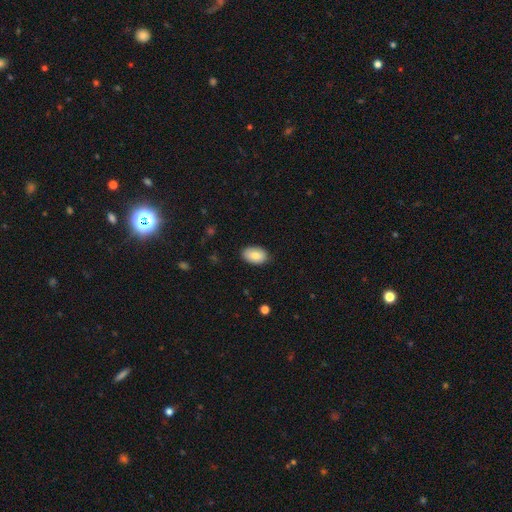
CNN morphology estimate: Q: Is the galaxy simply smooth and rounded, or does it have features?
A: smooth — 83%.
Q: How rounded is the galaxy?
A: in between — 91%.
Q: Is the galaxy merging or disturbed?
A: none — 86%.